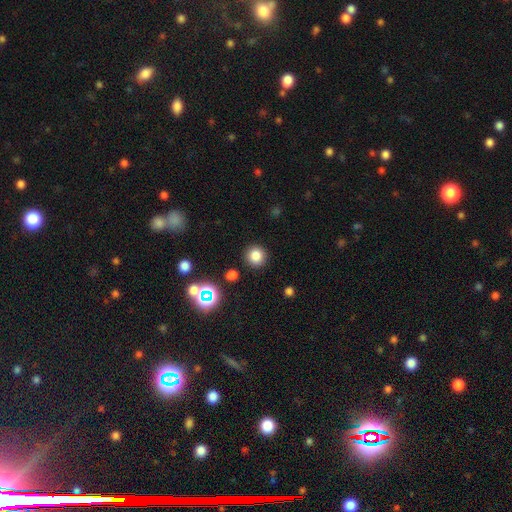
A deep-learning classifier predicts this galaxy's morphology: The model was most divided on "smooth or featured": smooth: 79%, star or artifact: 15%, featured or disk: 6%. More confident: how rounded — round (93%); merging — none (89%).